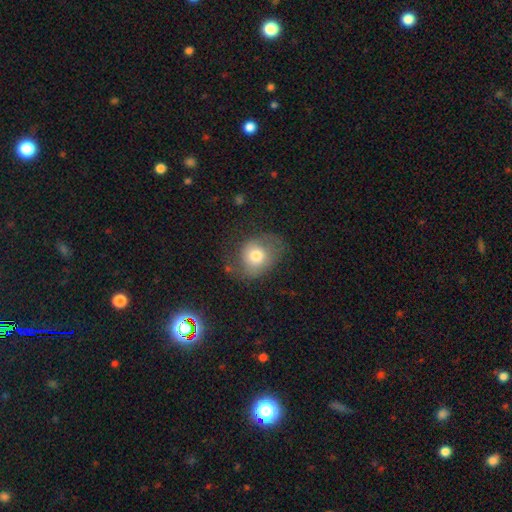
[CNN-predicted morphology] This is likely a smooth galaxy (69%). How rounded: likely round (61%). Merging: possibly none (47%).